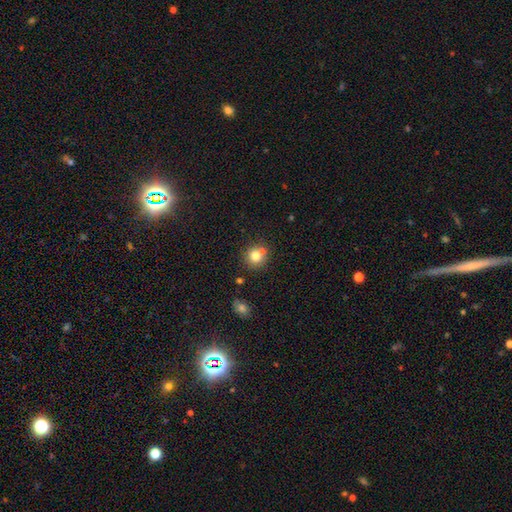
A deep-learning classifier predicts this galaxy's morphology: A smooth galaxy with no disk features (77%) that is round (88%). Merging: none (64%).